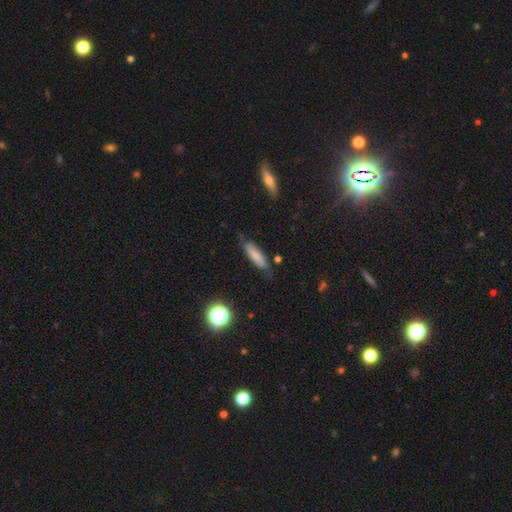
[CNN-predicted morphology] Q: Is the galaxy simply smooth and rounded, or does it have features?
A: smooth — 71%.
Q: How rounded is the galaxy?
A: cigar-shaped — 63%.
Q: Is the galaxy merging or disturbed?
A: none — 71%.